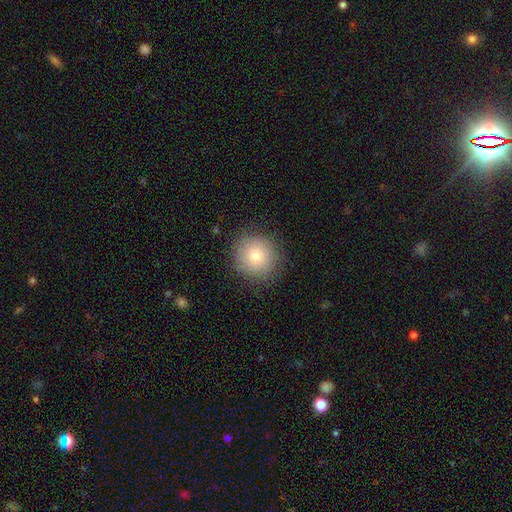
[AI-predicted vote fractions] A smooth galaxy with no disk features (76%) that is round (92%). Merging: none (84%).